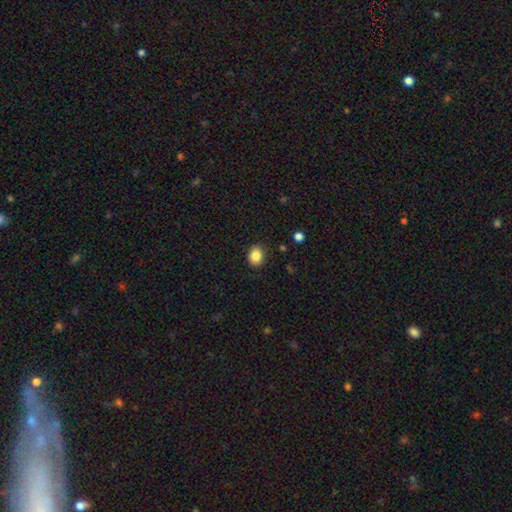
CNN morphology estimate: smooth-or-featured: smooth: 85% | star or artifact: 9% | featured or disk: 5%
  how-rounded: in between: 55% | round: 44% | cigar-shaped: 1%
  merging: none: 89% | minor disturbance: 8% | major disturbance: 2% | merger: 1%